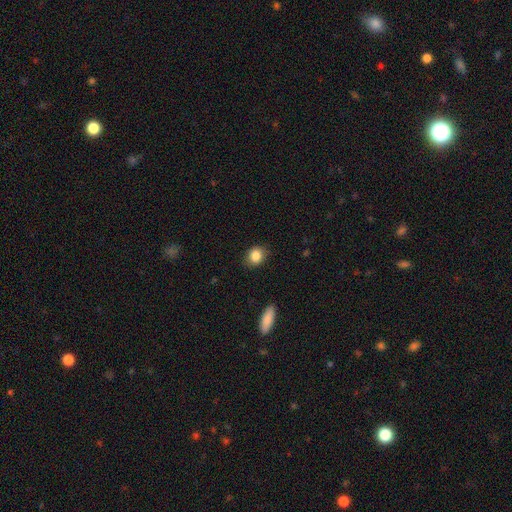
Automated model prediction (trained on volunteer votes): Overall: smooth (85%). How rounded: round (61%; in between 37%). Merging: none (84%).